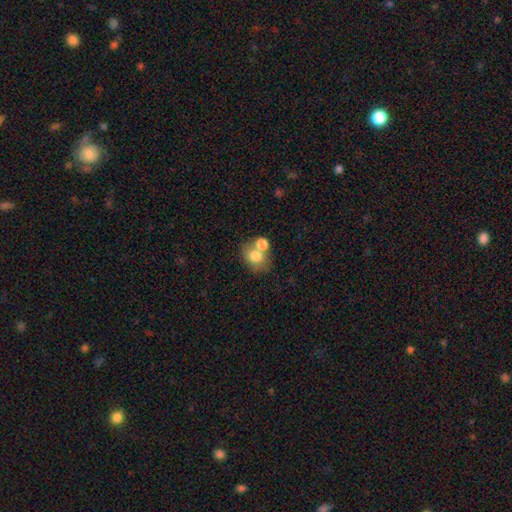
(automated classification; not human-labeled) Smooth or featured?
  - smooth: 74% *
  - featured or disk: 15%
  - star or artifact: 11%
How rounded?
  - round: 53% *
  - in between: 46%
  - cigar-shaped: 1%
Merging?
  - none: 44% *
  - merger: 41%
  - minor disturbance: 10%
  - major disturbance: 5%